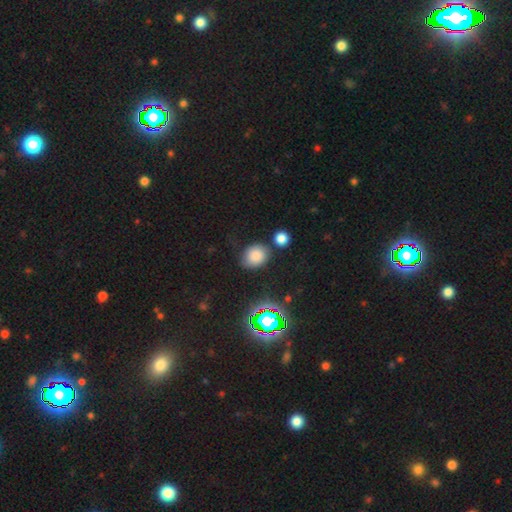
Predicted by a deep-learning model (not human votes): This appears to be a smooth galaxy with no disk features (76%) that is round (53%). Merging: none (68%).